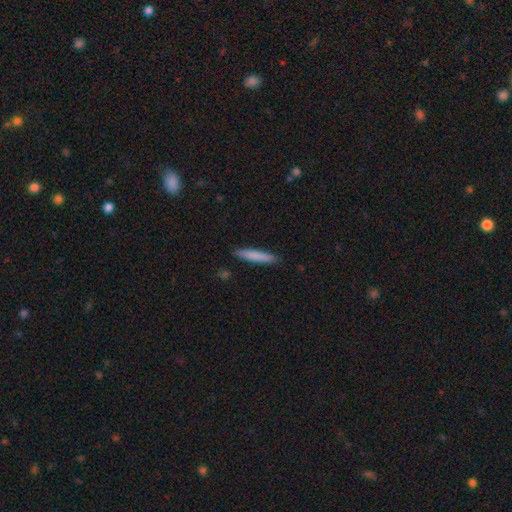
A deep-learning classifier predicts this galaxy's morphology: The model was most divided on "smooth or featured": smooth: 81%, featured or disk: 14%, star or artifact: 5%. More confident: how rounded — cigar-shaped (93%); merging — none (90%).